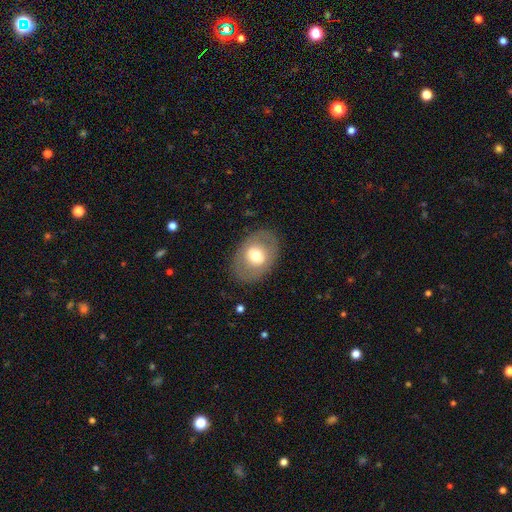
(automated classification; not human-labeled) Smooth or featured: smooth — 57% (featured or disk — 35%)
How rounded: in between — 70% (round — 29%)
Merging: none — 82% (minor disturbance — 11%)